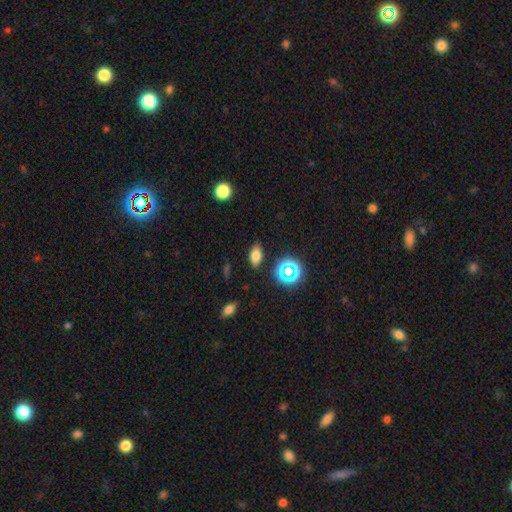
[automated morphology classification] A smooth galaxy with no disk features (72%) that is in between round and cigar-shaped (84%).

Vote fractions:
- Smooth or featured? smooth: 72% / star or artifact: 17% / featured or disk: 11%
- How rounded? in between: 84% / round: 10% / cigar-shaped: 5%
- Merging? none: 86% / minor disturbance: 10% / major disturbance: 3% / merger: 2%